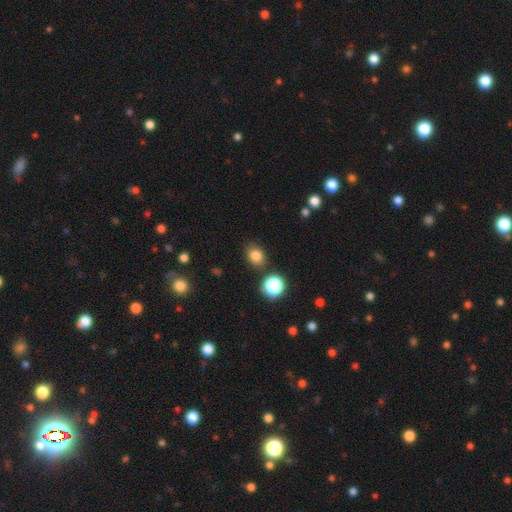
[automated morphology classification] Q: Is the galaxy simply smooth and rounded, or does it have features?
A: smooth — 81%.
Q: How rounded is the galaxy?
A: round — 55%.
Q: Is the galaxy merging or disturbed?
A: none — 81%.